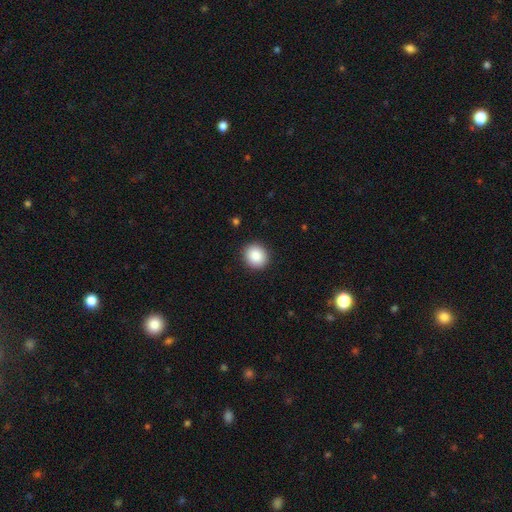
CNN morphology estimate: A smooth galaxy with no disk features (88%) that is round (83%).

Vote fractions:
- Smooth or featured? smooth: 88% / star or artifact: 8% / featured or disk: 4%
- How rounded? round: 83% / in between: 16% / cigar-shaped: 1%
- Merging? none: 92% / minor disturbance: 6% / major disturbance: 2% / merger: 1%